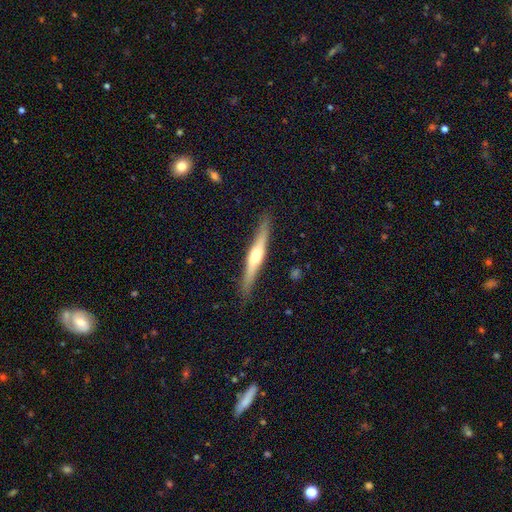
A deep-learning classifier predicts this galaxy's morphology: Smooth or featured: featured or disk — 65% (smooth — 30%)
Edge-on disk: yes — 96% (no — 4%)
Edge-on bulge: rounded — 85% (none — 8%)
Merging: none — 88% (minor disturbance — 9%)